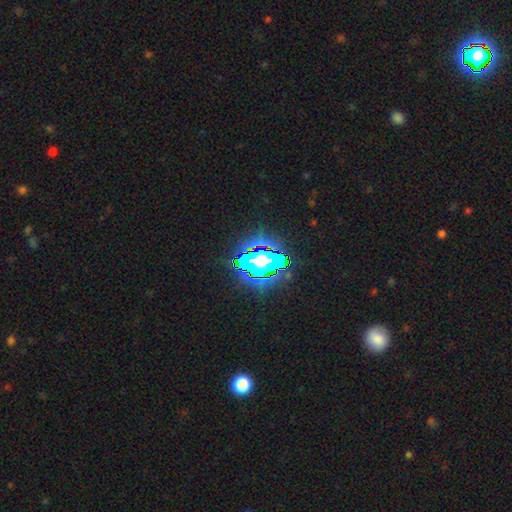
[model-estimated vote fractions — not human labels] This appears to be a star or artifact, not a galaxy (72%).